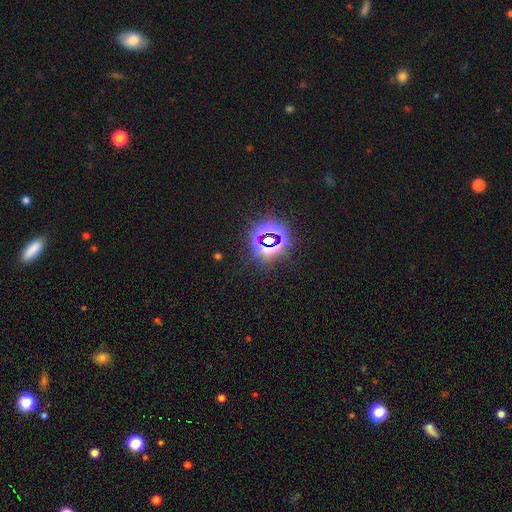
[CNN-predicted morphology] smooth-or-featured: star or artifact: 80% | smooth: 12% | featured or disk: 8%